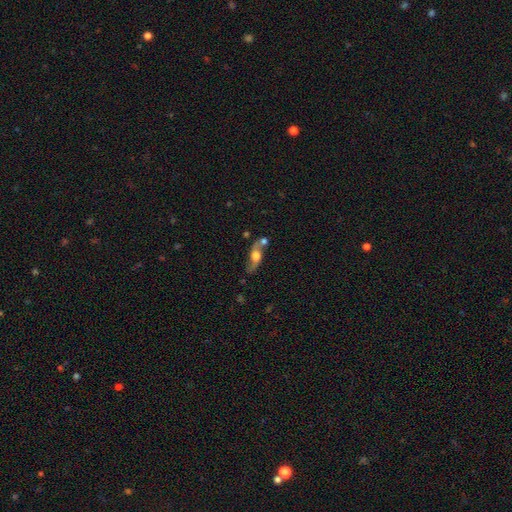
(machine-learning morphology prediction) Smooth or featured? featured or disk (62%)
Edge-on disk? no (61%)
Merging? none (57%)